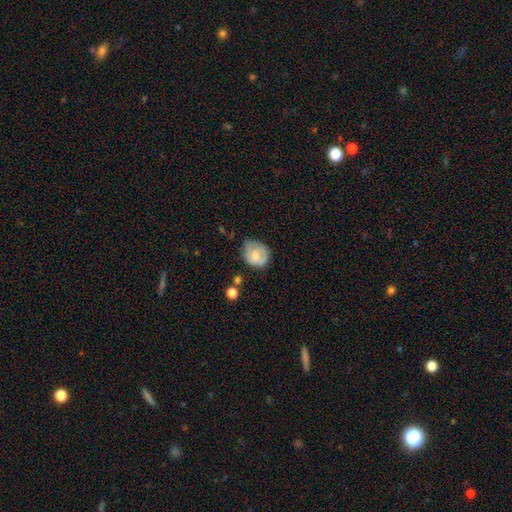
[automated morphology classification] smooth-or-featured: smooth: 63% | featured or disk: 30% | star or artifact: 8%
  how-rounded: round: 64% | in between: 35% | cigar-shaped: 1%
  merging: none: 50% | minor disturbance: 36% | major disturbance: 11% | merger: 3%